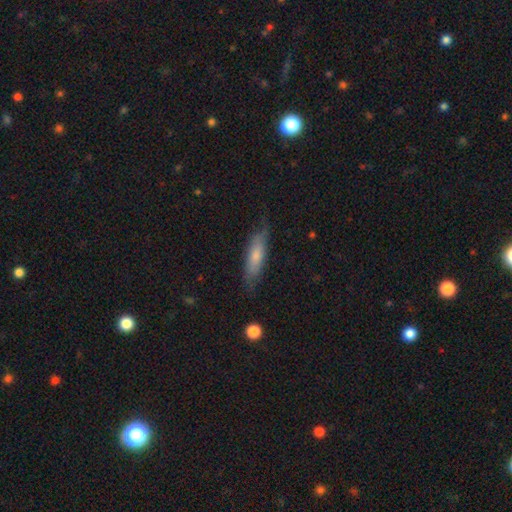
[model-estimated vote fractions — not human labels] A smooth galaxy with no disk features (61%) that is cigar-shaped (69%).

Vote fractions:
- Smooth or featured? smooth: 61% / featured or disk: 33% / star or artifact: 7%
- How rounded? cigar-shaped: 69% / in between: 29% / round: 2%
- Merging? none: 77% / minor disturbance: 18% / major disturbance: 4% / merger: 1%